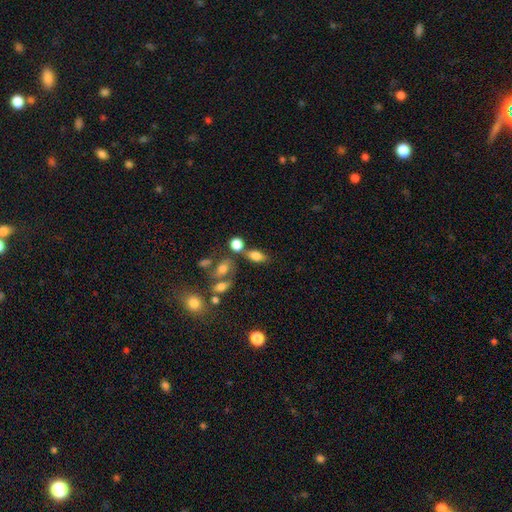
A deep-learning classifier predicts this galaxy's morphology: A smooth galaxy with no disk features (76%) that is in between round and cigar-shaped (84%).

Vote fractions:
- Smooth or featured? smooth: 76% / featured or disk: 13% / star or artifact: 10%
- How rounded? in between: 84% / round: 10% / cigar-shaped: 7%
- Merging? none: 59% / merger: 20% / minor disturbance: 14% / major disturbance: 6%